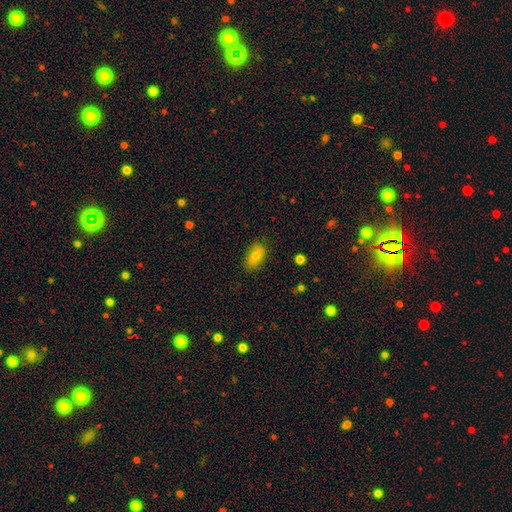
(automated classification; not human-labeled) This appears to be a smooth galaxy with no disk features (80%) that is in between round and cigar-shaped (91%). Merging: none (83%).